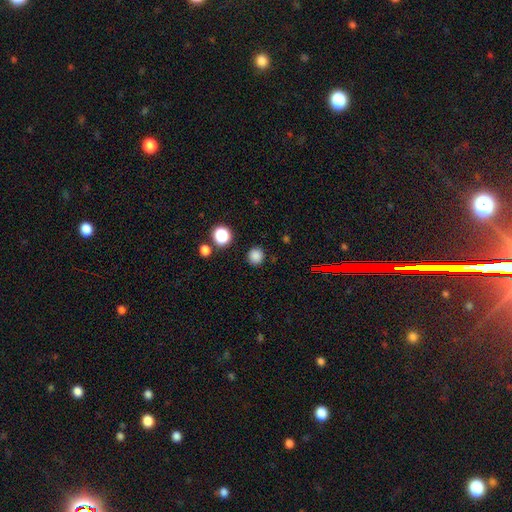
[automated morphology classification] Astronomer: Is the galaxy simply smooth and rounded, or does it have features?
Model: smooth — 83%.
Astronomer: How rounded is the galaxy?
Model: round — 91%.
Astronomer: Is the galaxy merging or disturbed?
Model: none — 89%.